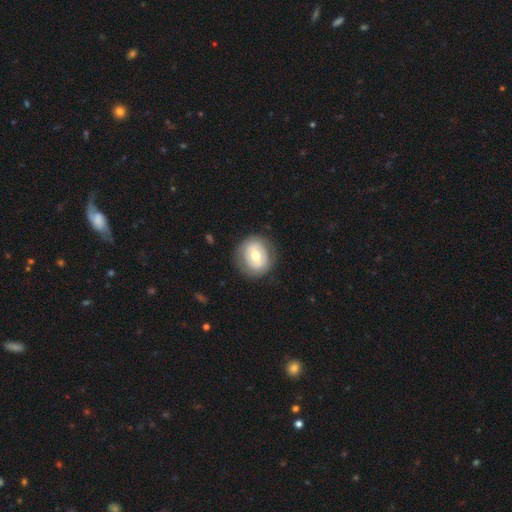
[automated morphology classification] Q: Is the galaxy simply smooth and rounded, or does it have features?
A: smooth — 51%.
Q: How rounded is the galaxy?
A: round — 78%.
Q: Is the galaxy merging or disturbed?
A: none — 82%.